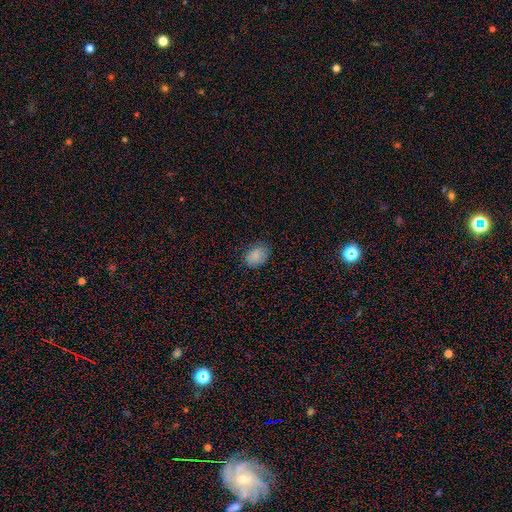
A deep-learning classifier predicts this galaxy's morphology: smooth 84%, star or artifact 10%, featured or disk 7%. Down the decision tree: how rounded — in between (73%); merging — none (79%).